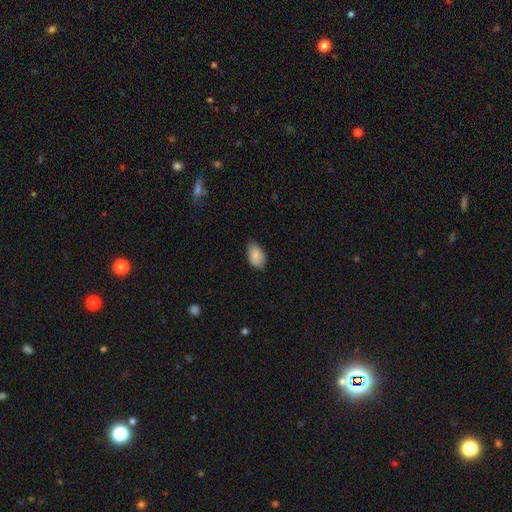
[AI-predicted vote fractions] Smooth or featured: smooth — 87% (featured or disk — 7%)
How rounded: in between — 93% (round — 5%)
Merging: none — 73% (minor disturbance — 23%)